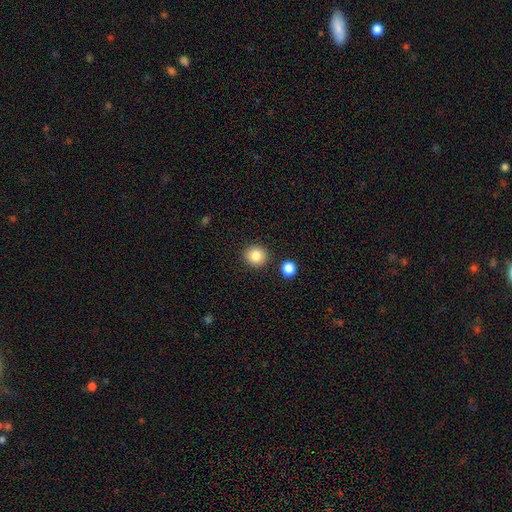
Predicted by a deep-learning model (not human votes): The model was most divided on "smooth or featured": smooth: 84%, star or artifact: 10%, featured or disk: 6%. More confident: how rounded — round (90%); merging — none (89%).